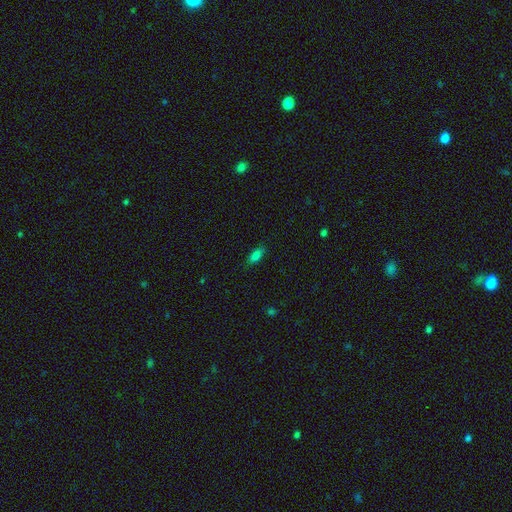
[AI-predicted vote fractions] This is clearly a smooth galaxy (80%). How rounded: clearly in between (81%). Merging: clearly none (85%).